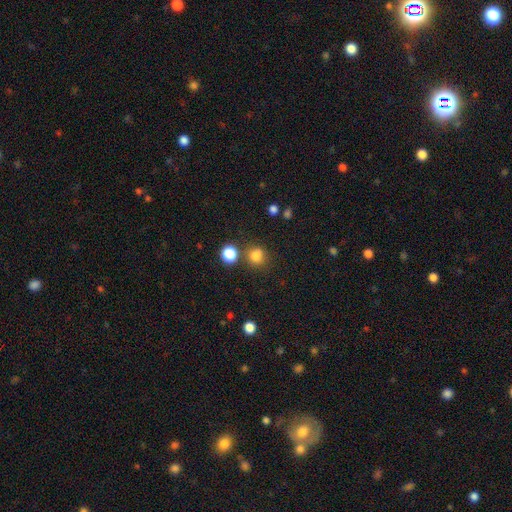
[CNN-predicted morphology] The model was most divided on "merging": none: 73%, minor disturbance: 12%, merger: 11%, major disturbance: 5%. More confident: how rounded — round (83%); smooth or featured — smooth (81%).